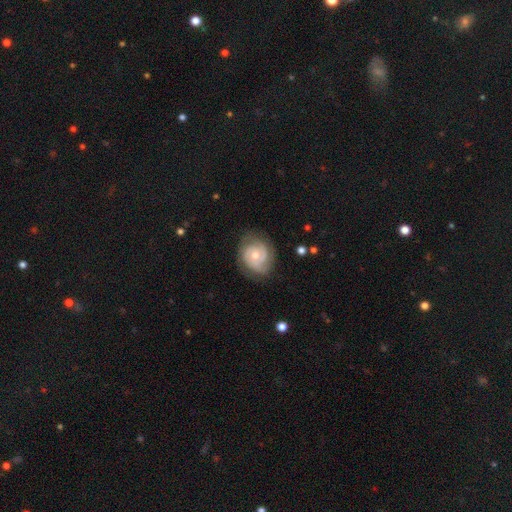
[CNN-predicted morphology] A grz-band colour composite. It shows a featured or disk galaxy (75%) with no bar (74%), 2 (49%) tight (61%) spiral arms (91%) and a moderate central bulge (55%). Merging: none (75%).